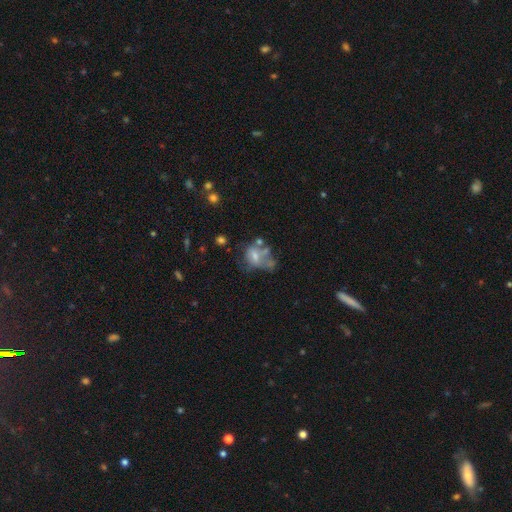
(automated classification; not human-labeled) A smooth galaxy with no disk features (47%). Merging: major disturbance (33%).